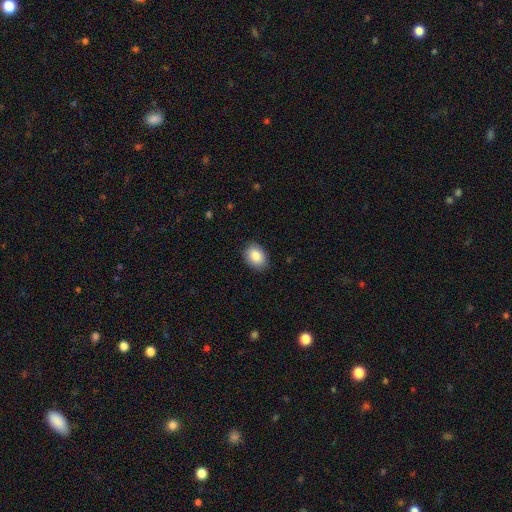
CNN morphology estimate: Smooth or featured?
  - smooth: 87% *
  - star or artifact: 7%
  - featured or disk: 6%
How rounded?
  - in between: 71% *
  - round: 28%
  - cigar-shaped: 1%
Merging?
  - none: 87% *
  - minor disturbance: 10%
  - major disturbance: 2%
  - merger: 1%